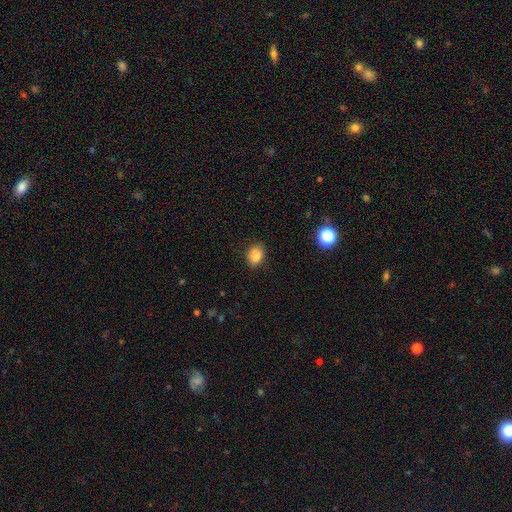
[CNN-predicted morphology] smooth 83%, star or artifact 11%, featured or disk 7%. Down the decision tree: how rounded — in between (65%); merging — none (75%).